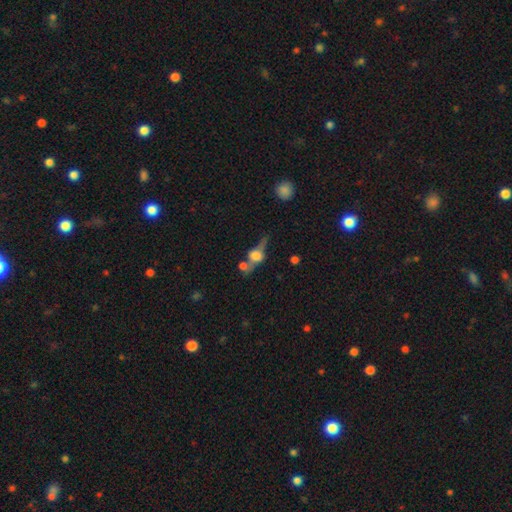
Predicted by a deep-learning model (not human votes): A featured or disk galaxy (57%) viewed edge-on (80%). Merging: none (48%).